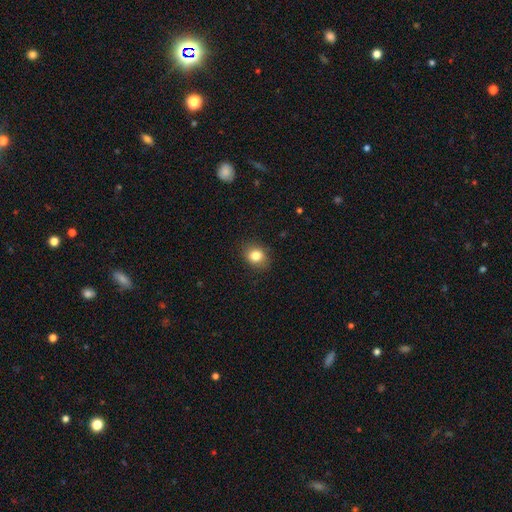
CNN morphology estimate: Smooth or featured? smooth (82%)
How rounded? round (56%)
Merging? none (86%)